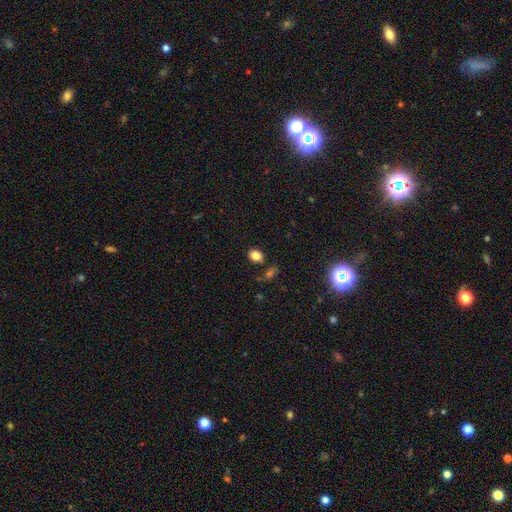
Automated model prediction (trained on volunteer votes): The model was most divided on "how rounded": in between: 65%, round: 34%, cigar-shaped: 1%. More confident: smooth or featured — smooth (82%); merging — none (79%).